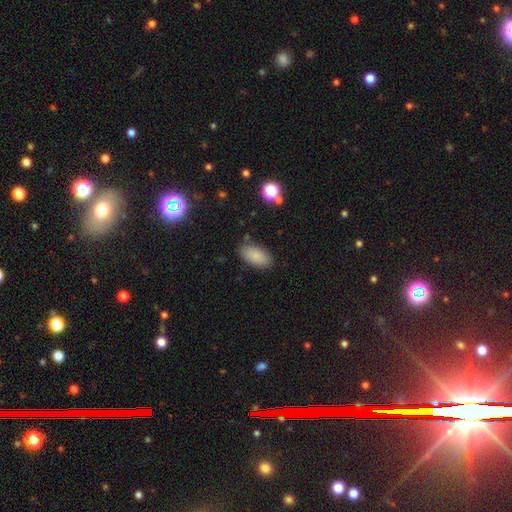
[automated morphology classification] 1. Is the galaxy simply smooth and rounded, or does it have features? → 85% smooth, 8% star or artifact, 7% featured or disk.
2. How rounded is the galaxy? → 92% in between, 4% cigar-shaped, 3% round.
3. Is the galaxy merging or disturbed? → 83% none, 12% minor disturbance, 3% major disturbance, 2% merger.